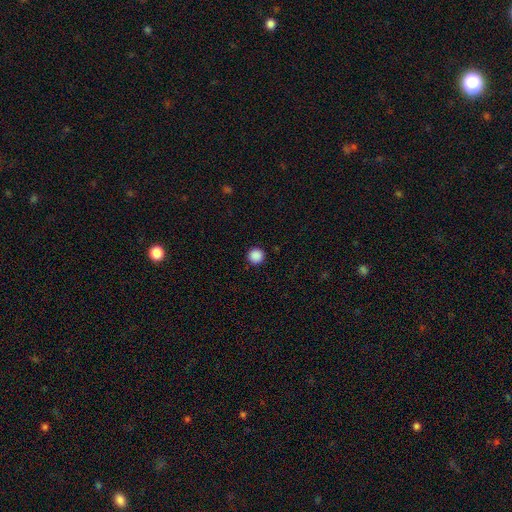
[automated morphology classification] type=smooth (88%); roundness=round (96%); merging=none (93%).